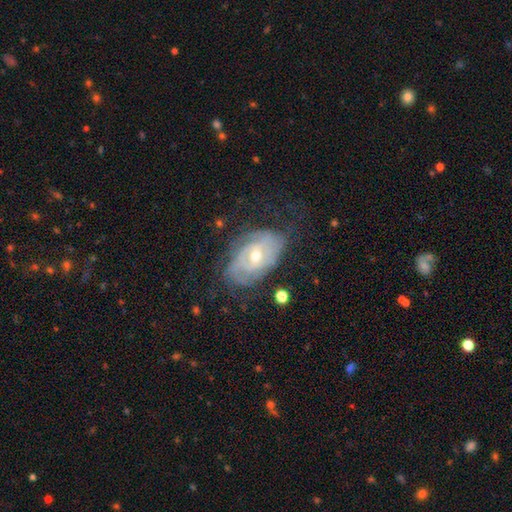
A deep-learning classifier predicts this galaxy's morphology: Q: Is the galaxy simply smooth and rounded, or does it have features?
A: featured or disk — 80%.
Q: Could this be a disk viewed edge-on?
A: no — 94%.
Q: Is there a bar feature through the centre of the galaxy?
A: no — 52%.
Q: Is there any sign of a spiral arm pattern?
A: yes — 85%.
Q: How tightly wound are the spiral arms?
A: tight — 70%.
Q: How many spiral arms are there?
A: can't tell — 50%.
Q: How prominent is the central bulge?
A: moderate — 61%.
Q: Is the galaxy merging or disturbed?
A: none — 64%.